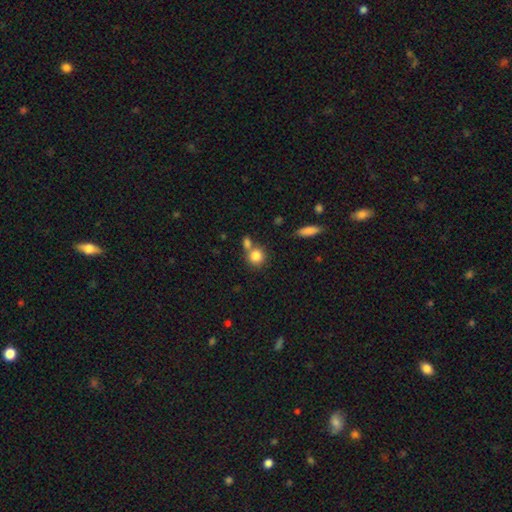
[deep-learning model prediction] A smooth galaxy with no disk features (83%) that is round (84%).

Vote fractions:
- Smooth or featured? smooth: 83% / star or artifact: 9% / featured or disk: 8%
- How rounded? round: 84% / in between: 15% / cigar-shaped: 1%
- Merging? none: 53% / merger: 34% / minor disturbance: 9% / major disturbance: 4%